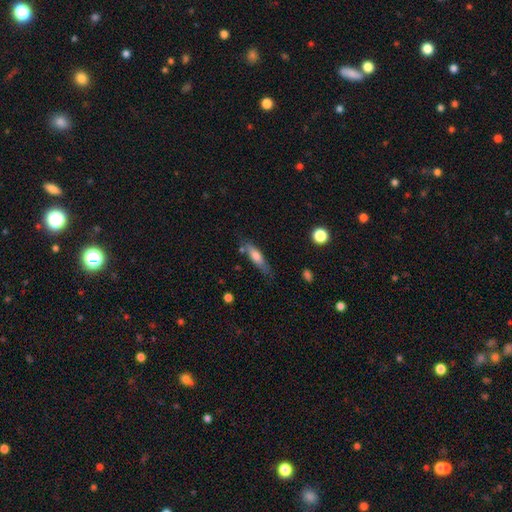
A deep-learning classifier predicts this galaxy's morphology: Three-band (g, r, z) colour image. It shows a smooth galaxy with no disk features (61%) that is cigar-shaped (67%). Merging: none (67%).